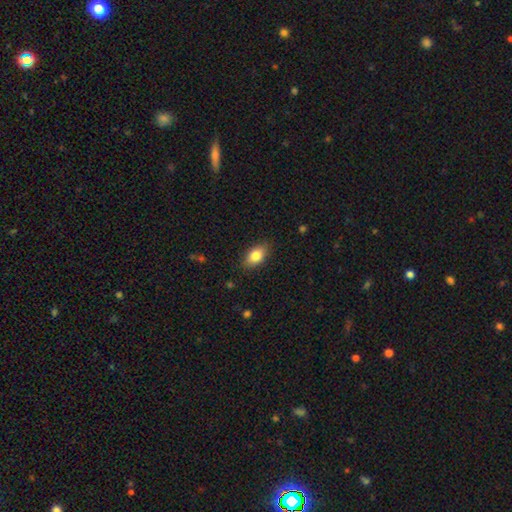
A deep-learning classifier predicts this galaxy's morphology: type=smooth (83%); roundness=in between (88%); merging=none (85%).